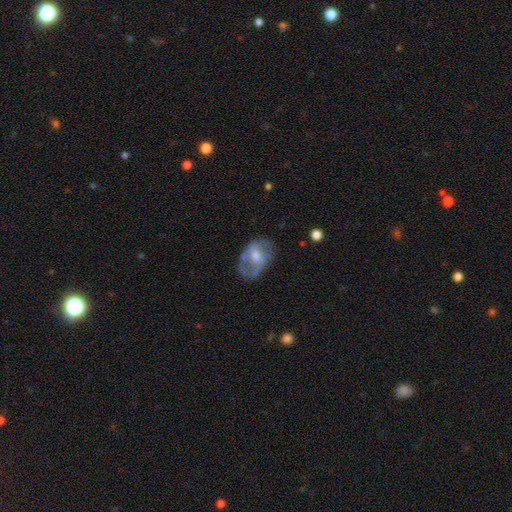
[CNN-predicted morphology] Q: Smooth or featured?
A: featured or disk (61%); runner-up: smooth (31%)
Q: Edge-on disk?
A: no (95%); runner-up: yes (5%)
Q: Bar?
A: no (55%); runner-up: weak (34%)
Q: Spiral arms?
A: yes (57%); runner-up: no (43%)
Q: Bulge size?
A: moderate (57%); runner-up: small (33%)
Q: Merging?
A: none (56%); runner-up: minor disturbance (25%)